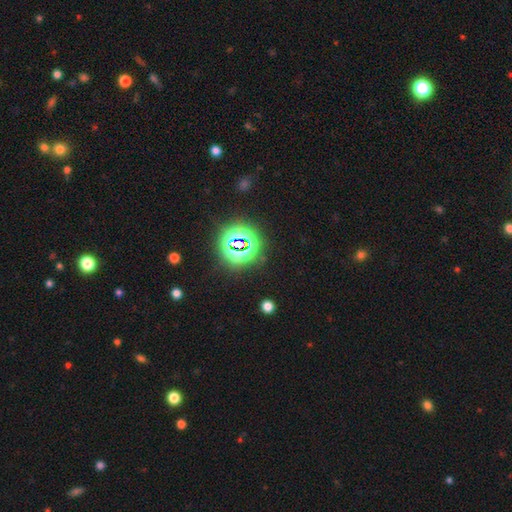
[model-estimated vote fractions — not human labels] A star or artifact, not a galaxy (80%).